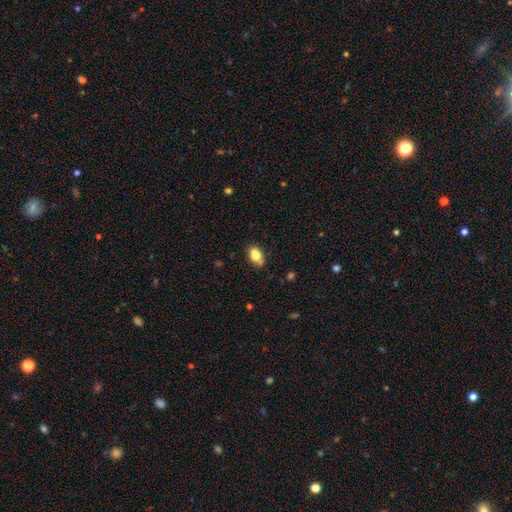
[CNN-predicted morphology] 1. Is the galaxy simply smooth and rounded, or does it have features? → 78% smooth, 14% featured or disk, 8% star or artifact.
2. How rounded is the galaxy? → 87% in between, 10% round, 3% cigar-shaped.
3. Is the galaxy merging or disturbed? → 76% none, 17% minor disturbance, 4% merger, 3% major disturbance.